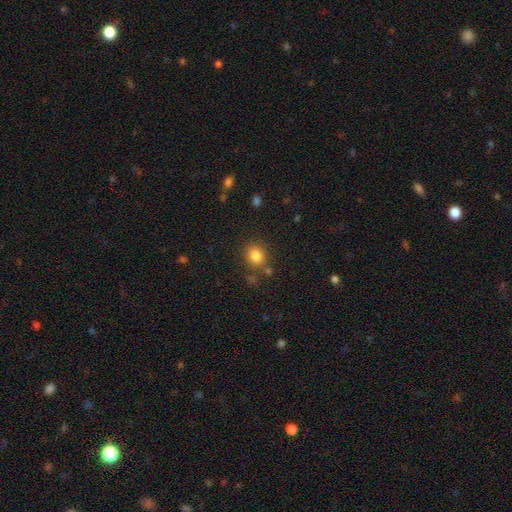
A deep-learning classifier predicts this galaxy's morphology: A smooth galaxy with no disk features (83%) that is round (71%). Merging: none (78%).